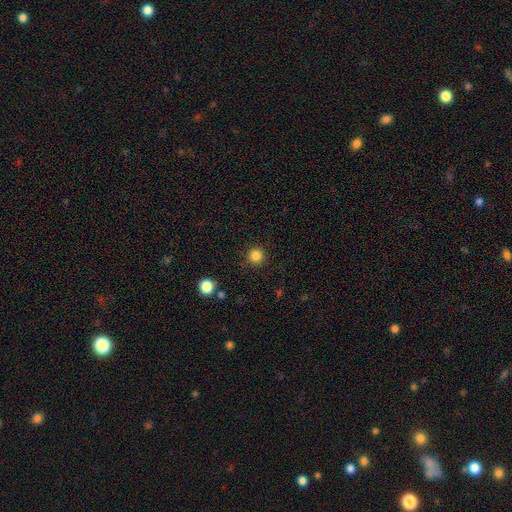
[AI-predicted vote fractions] Overall: smooth (84%). How rounded: round (96%). Merging: none (90%).